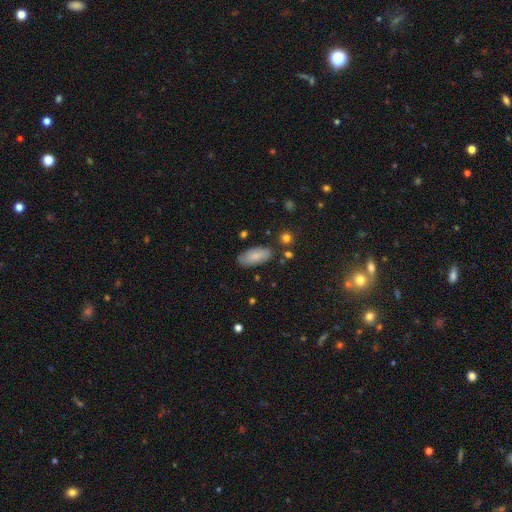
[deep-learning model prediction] smooth 81%, featured or disk 13%, star or artifact 6%. Down the decision tree: how rounded — in between (88%); merging — none (82%).